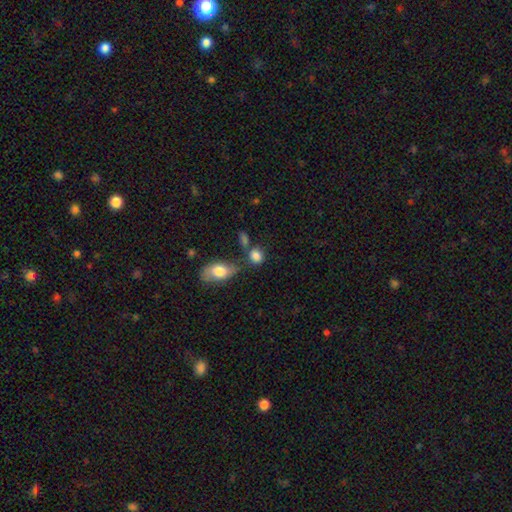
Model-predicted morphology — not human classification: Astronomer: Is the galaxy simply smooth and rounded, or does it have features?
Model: smooth — 84%.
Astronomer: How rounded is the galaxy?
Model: round — 55% (runner-up: in between, 43%).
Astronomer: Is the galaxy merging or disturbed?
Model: none — 57%.